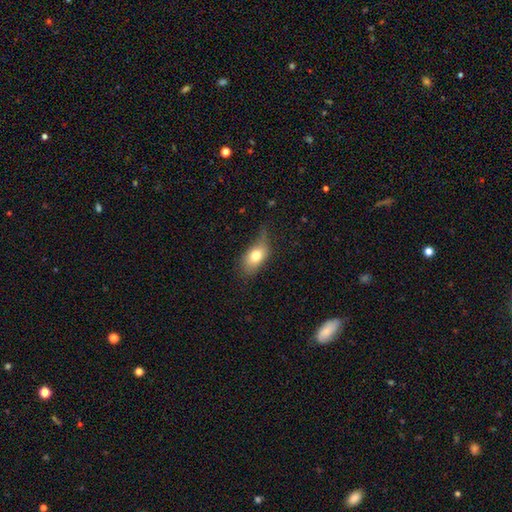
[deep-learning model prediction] The model was most divided on "merging": none: 51%, minor disturbance: 35%, major disturbance: 12%, merger: 2%. More confident: how rounded — in between (86%); smooth or featured — smooth (73%).